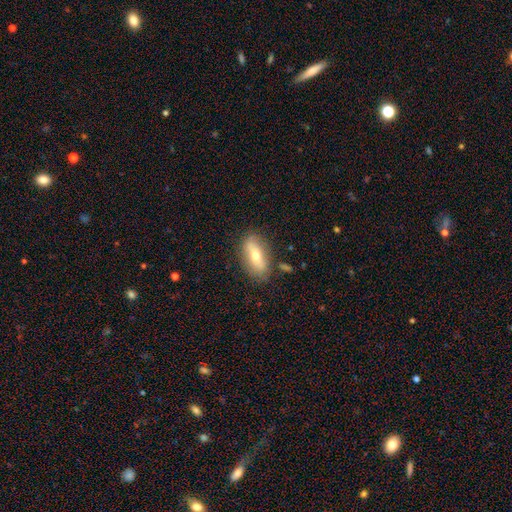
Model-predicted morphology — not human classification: smooth 52%, featured or disk 41%, star or artifact 7%. Down the decision tree: how rounded — in between (74%); merging — none (81%).